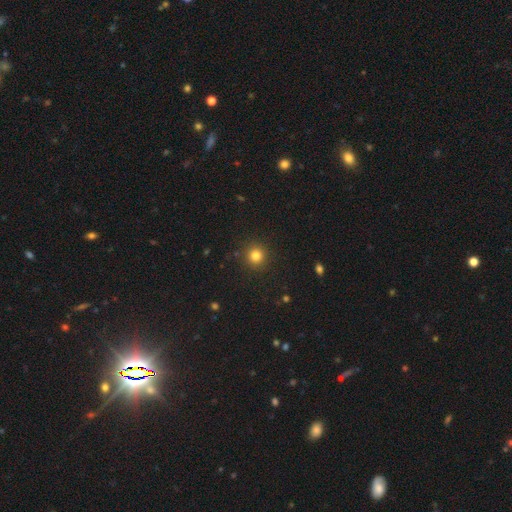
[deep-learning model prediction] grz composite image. It shows a smooth galaxy with no disk features (82%) that is round (93%). Merging: none (90%).